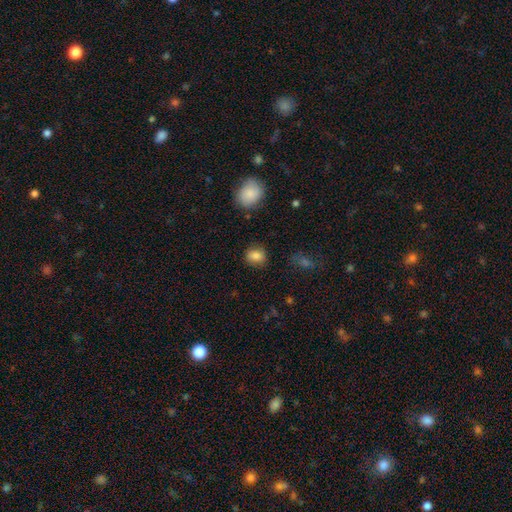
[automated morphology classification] type=smooth (83%); roundness=round (64%); merging=none (84%).